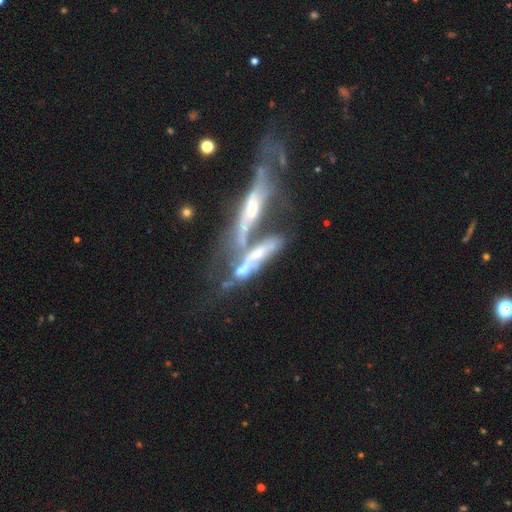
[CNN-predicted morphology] This is likely a featured or disk galaxy (63%). It is possibly not viewed edge-on (57%). Merging: likely merger (66%).